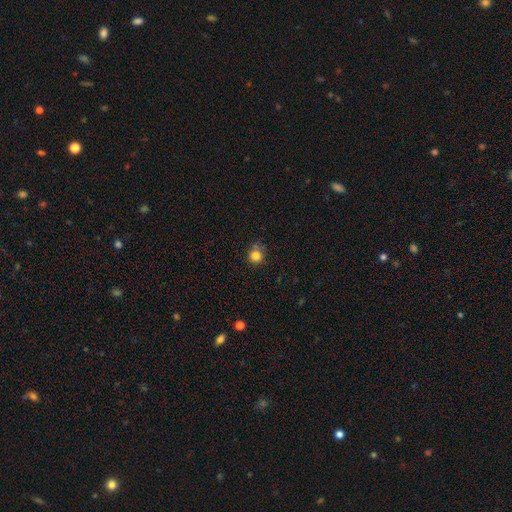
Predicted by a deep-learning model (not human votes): This appears to be a smooth galaxy with no disk features (82%) that is round (89%). Merging: none (67%).